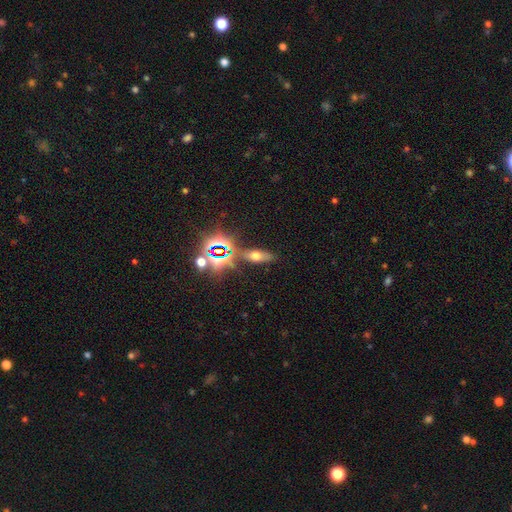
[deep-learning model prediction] smooth 45%, star or artifact 34%, featured or disk 22%. Down the decision tree: merging — none (75%).